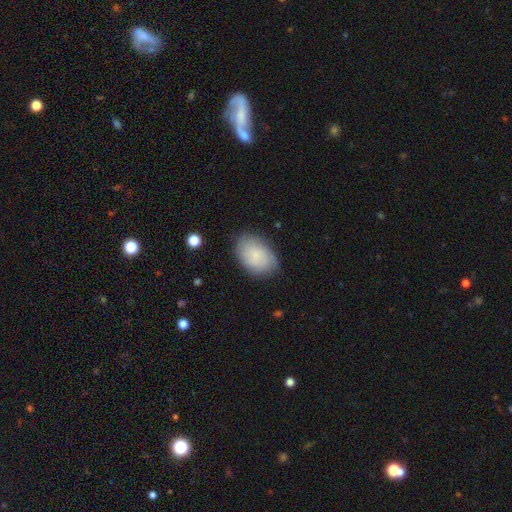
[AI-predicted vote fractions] smooth-or-featured: smooth: 77% | featured or disk: 16% | star or artifact: 7%
  how-rounded: in between: 88% | round: 11% | cigar-shaped: 1%
  merging: none: 78% | minor disturbance: 17% | major disturbance: 4% | merger: 1%